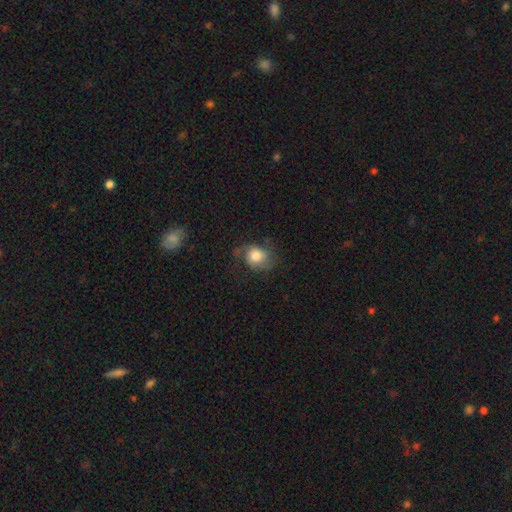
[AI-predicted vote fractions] Smooth or featured? Predicted: smooth (p=0.60). How rounded? Predicted: round (p=0.59). Merging? Predicted: none (p=0.50).